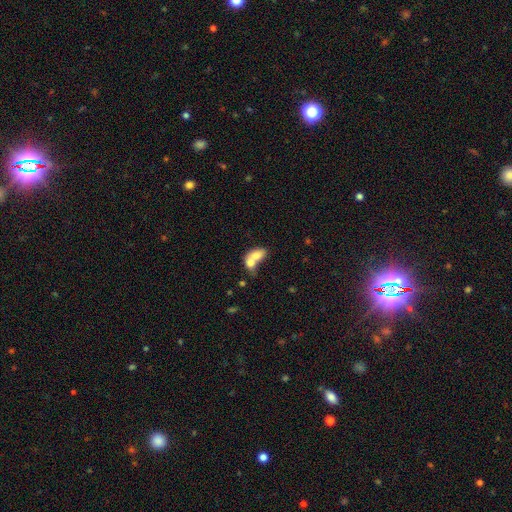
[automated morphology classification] type=smooth (70%); roundness=in between (77%); merging=merger (78%).